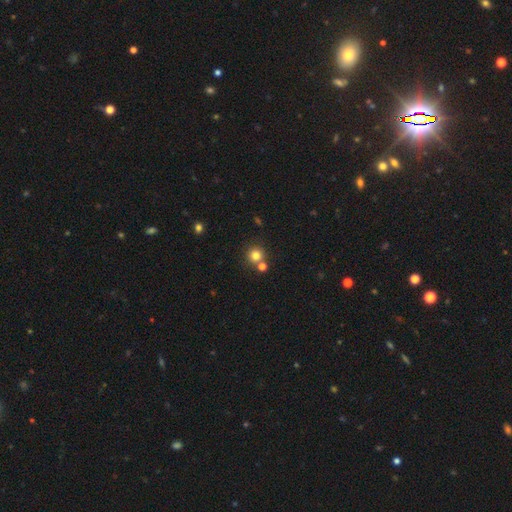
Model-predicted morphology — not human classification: Smooth or featured? Predicted: smooth (p=0.79). How rounded? Predicted: round (p=0.93). Merging? Predicted: none (p=0.72).